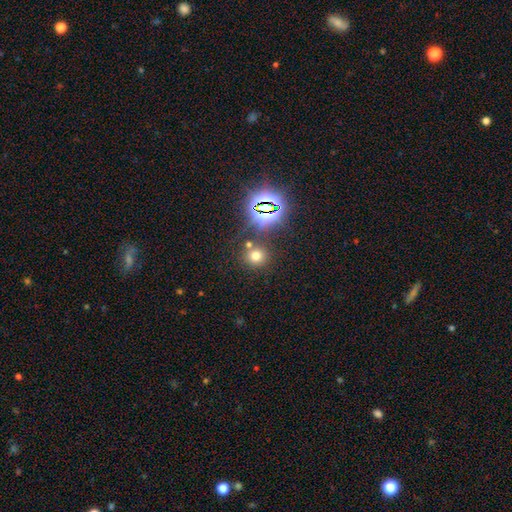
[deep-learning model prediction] The model was most divided on "smooth or featured": smooth: 64%, star or artifact: 28%, featured or disk: 8%. More confident: how rounded — round (90%); merging — none (74%).